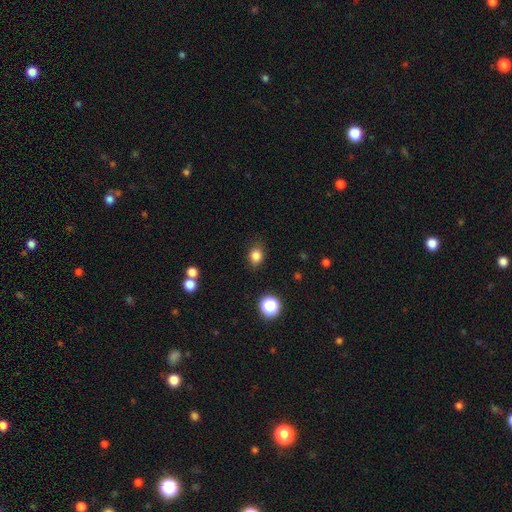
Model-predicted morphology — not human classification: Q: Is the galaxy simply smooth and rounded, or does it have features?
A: smooth — 83%.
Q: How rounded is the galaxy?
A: round — 54%.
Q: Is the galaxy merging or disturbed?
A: none — 82%.